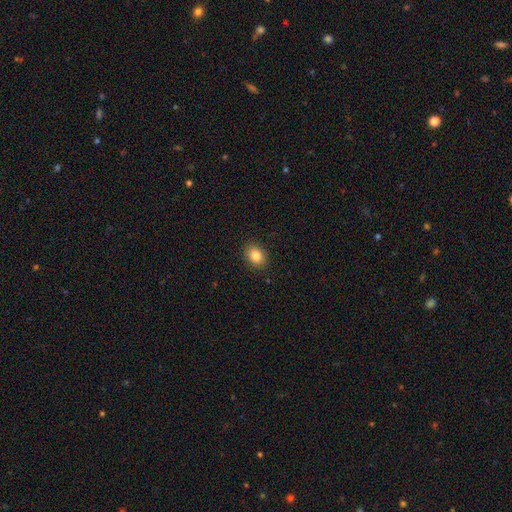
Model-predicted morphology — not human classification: smooth 84%, star or artifact 9%, featured or disk 6%. Down the decision tree: how rounded — in between (59%); merging — none (89%).